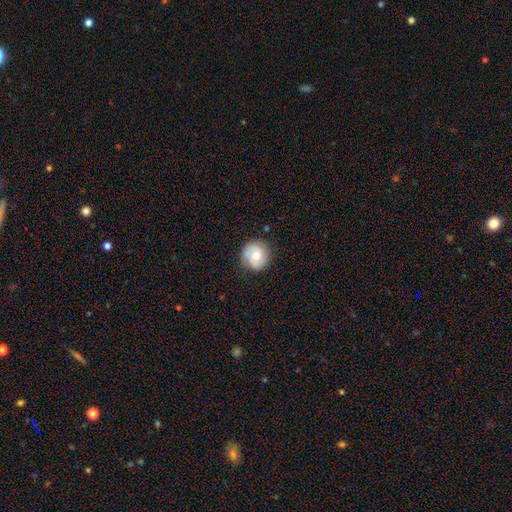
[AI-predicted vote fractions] Overall: smooth (52%; featured or disk 40%). How rounded: round (90%). Merging: none (81%).